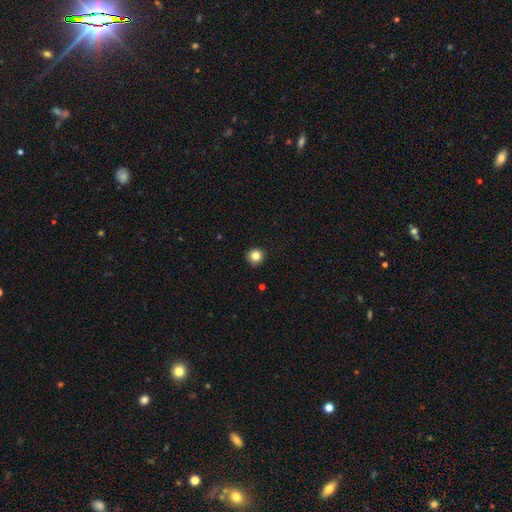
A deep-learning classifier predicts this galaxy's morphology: smooth-or-featured: smooth: 84% | star or artifact: 11% | featured or disk: 5%
  how-rounded: round: 94% | in between: 5% | cigar-shaped: 1%
  merging: none: 91% | minor disturbance: 6% | major disturbance: 2% | merger: 1%